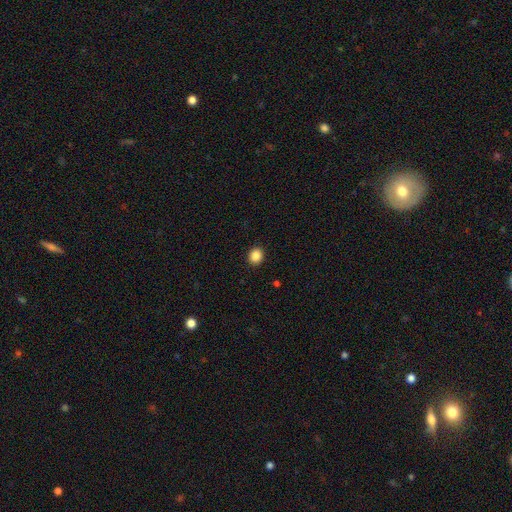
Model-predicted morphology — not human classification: Smooth or featured: smooth — 88% (star or artifact — 10%)
How rounded: round — 75% (in between — 24%)
Merging: none — 92% (minor disturbance — 5%)